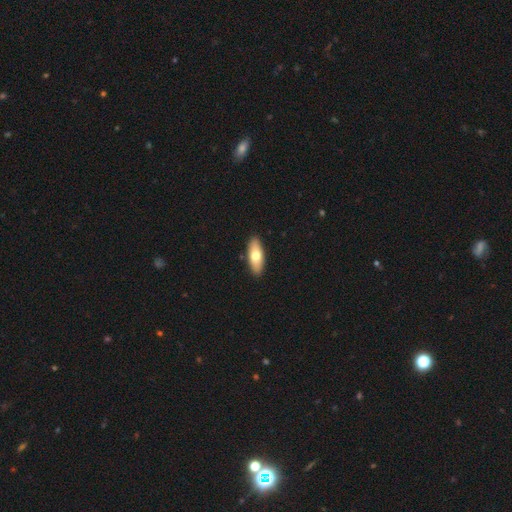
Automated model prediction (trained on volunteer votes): This is likely a smooth galaxy (67%). How rounded: likely in between (77%). Merging: clearly none (90%).